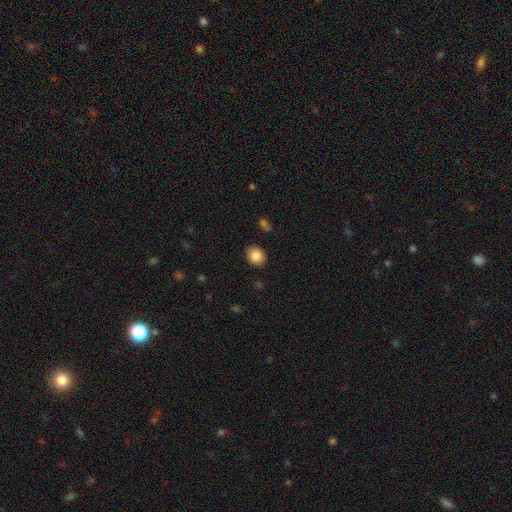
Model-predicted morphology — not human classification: This is clearly a smooth galaxy (86%). How rounded: likely round (60%). Merging: clearly none (89%).